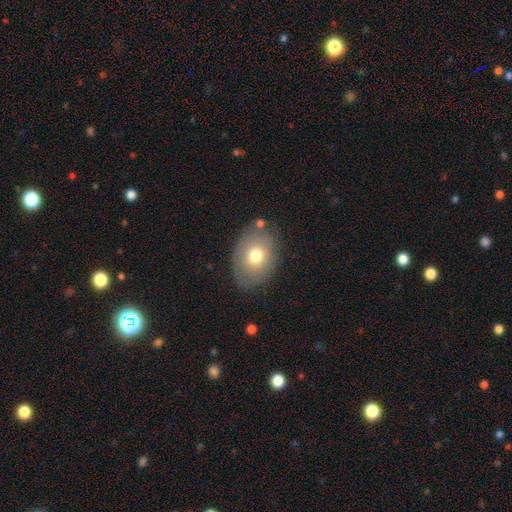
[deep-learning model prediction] This is likely a smooth galaxy (68%). How rounded: likely in between (78%). Merging: likely none (78%).